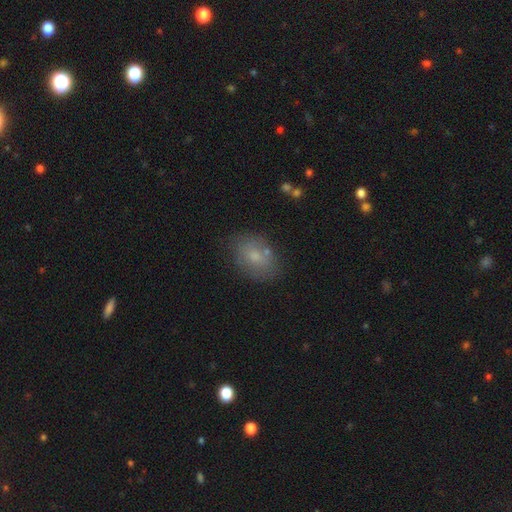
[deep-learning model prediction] Smooth or featured?
  - smooth: 71% *
  - featured or disk: 19%
  - star or artifact: 10%
How rounded?
  - in between: 79% *
  - round: 19%
  - cigar-shaped: 2%
Merging?
  - none: 73% *
  - minor disturbance: 17%
  - merger: 6%
  - major disturbance: 4%